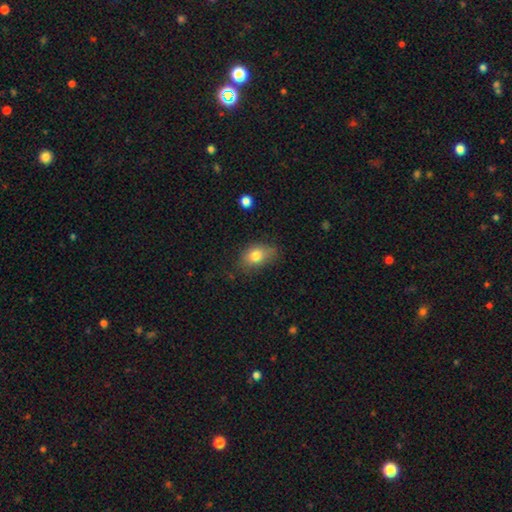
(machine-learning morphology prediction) Smooth or featured: smooth — 78% (featured or disk — 12%)
How rounded: in between — 80% (round — 18%)
Merging: none — 64% (minor disturbance — 26%)